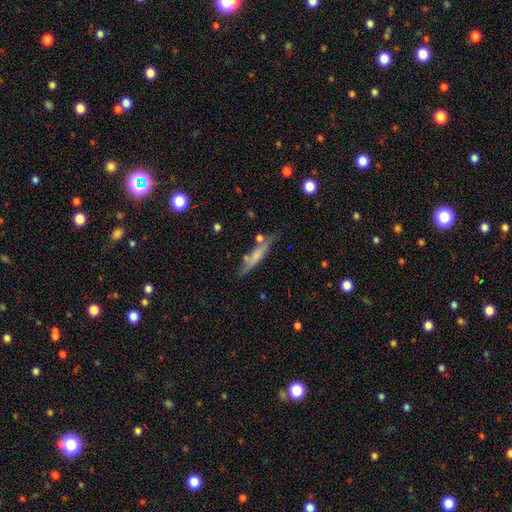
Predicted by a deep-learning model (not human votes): Overall: smooth (55%; featured or disk 37%). How rounded: cigar-shaped (84%). Merging: none (70%).